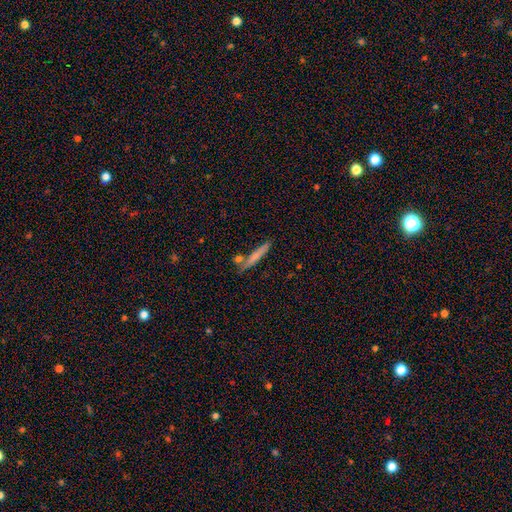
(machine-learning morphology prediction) type=smooth (65%); roundness=cigar-shaped (94%); merging=none (76%).